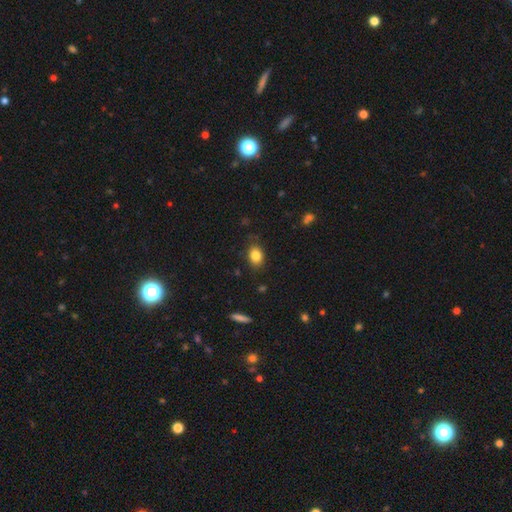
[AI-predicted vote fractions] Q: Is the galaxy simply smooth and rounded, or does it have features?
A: smooth — 83%.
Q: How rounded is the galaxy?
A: in between — 70%.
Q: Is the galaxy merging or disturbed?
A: none — 81%.